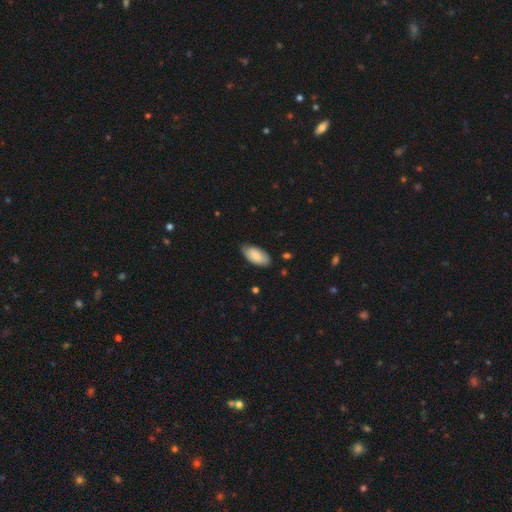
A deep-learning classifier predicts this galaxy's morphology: This appears to be a smooth galaxy with no disk features (80%) that is in between round and cigar-shaped (94%). Merging: none (78%).